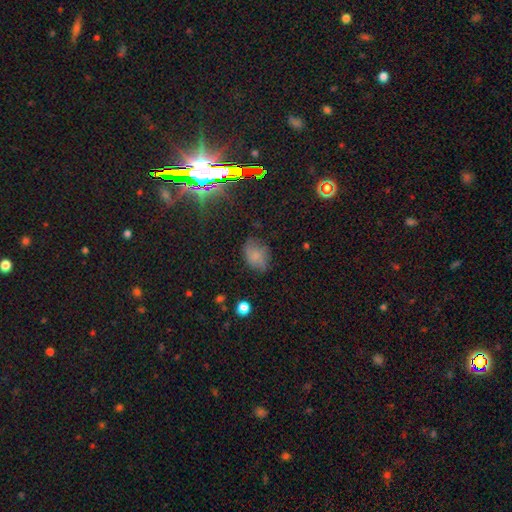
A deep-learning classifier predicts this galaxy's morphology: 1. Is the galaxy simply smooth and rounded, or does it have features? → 67% smooth, 17% star or artifact, 16% featured or disk.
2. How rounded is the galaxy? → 75% in between, 24% round, 1% cigar-shaped.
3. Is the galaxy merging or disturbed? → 63% none, 26% minor disturbance, 10% major disturbance, 2% merger.